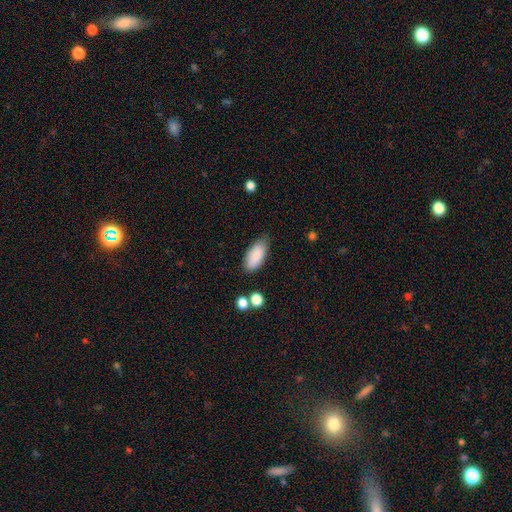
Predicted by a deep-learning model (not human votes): Smooth or featured?
  - smooth: 88% *
  - star or artifact: 7%
  - featured or disk: 6%
How rounded?
  - in between: 87% *
  - cigar-shaped: 11%
  - round: 2%
Merging?
  - none: 77% *
  - minor disturbance: 17%
  - major disturbance: 4%
  - merger: 3%